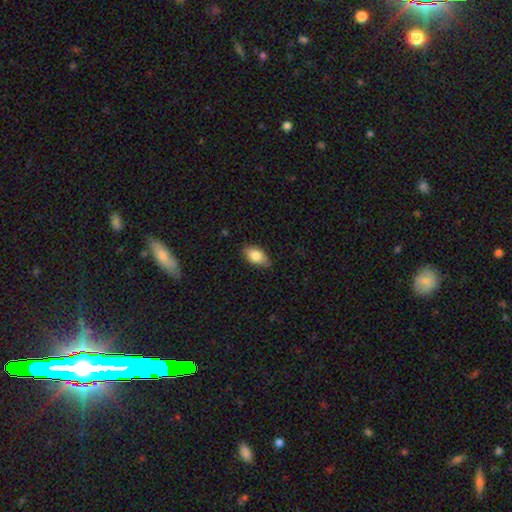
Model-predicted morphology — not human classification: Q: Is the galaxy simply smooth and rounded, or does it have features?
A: smooth — 80%.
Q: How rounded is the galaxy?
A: in between — 90%.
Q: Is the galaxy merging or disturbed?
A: none — 77%.